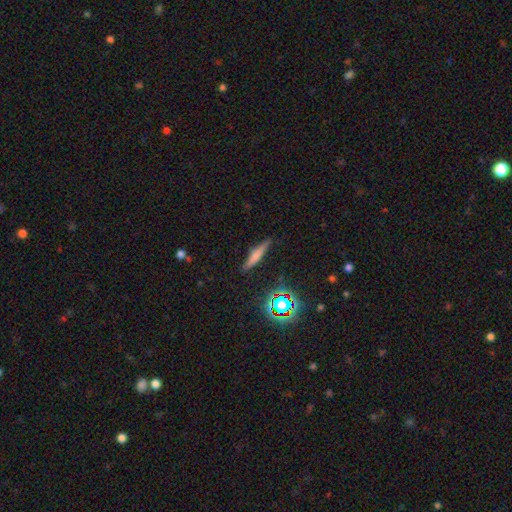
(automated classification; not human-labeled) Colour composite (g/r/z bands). It shows a smooth galaxy with no disk features (56%) that is cigar-shaped (86%). Merging: none (85%).